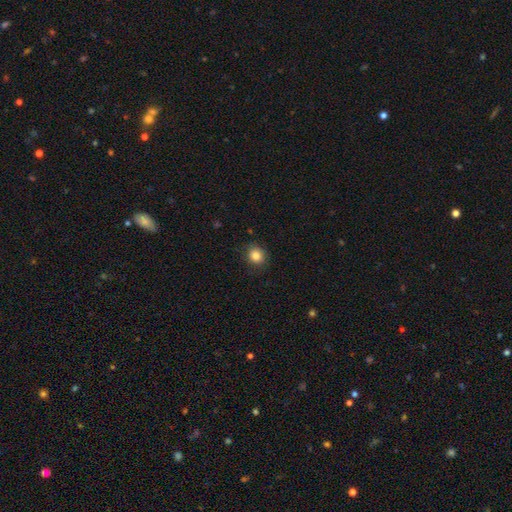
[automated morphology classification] This appears to be a smooth galaxy with no disk features (85%) that is round (73%). Merging: none (85%).